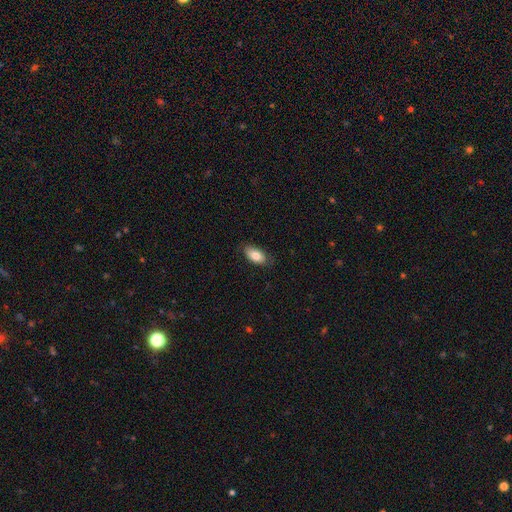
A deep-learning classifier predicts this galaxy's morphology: Q: Smooth or featured?
A: smooth (81%); runner-up: featured or disk (12%)
Q: How rounded?
A: in between (92%); runner-up: cigar-shaped (5%)
Q: Merging?
A: none (80%); runner-up: minor disturbance (16%)